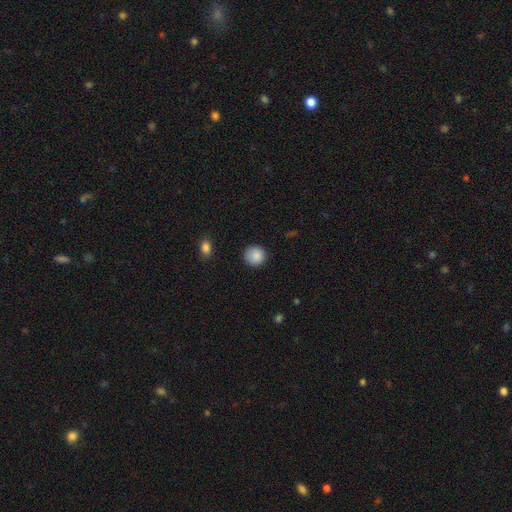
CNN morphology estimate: Q: Smooth or featured?
A: smooth (88%); runner-up: star or artifact (8%)
Q: How rounded?
A: round (93%); runner-up: in between (6%)
Q: Merging?
A: none (88%); runner-up: minor disturbance (9%)